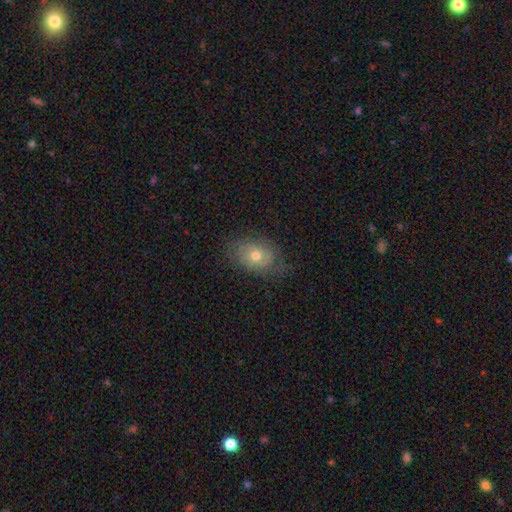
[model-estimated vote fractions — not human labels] Q: Smooth or featured?
A: smooth (58%); runner-up: featured or disk (32%)
Q: How rounded?
A: in between (73%); runner-up: round (25%)
Q: Merging?
A: none (70%); runner-up: minor disturbance (21%)